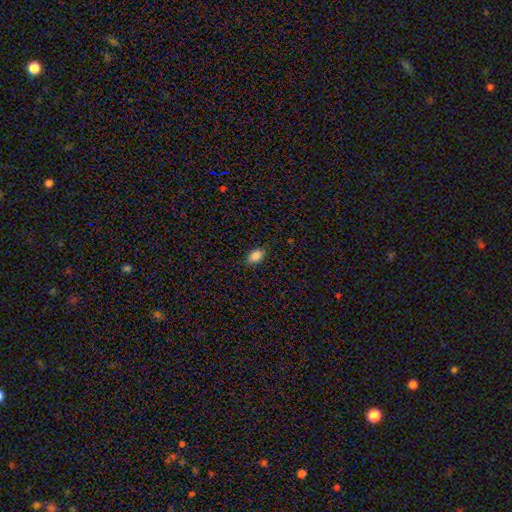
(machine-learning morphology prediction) Overall: smooth (87%). How rounded: in between (91%). Merging: none (87%).